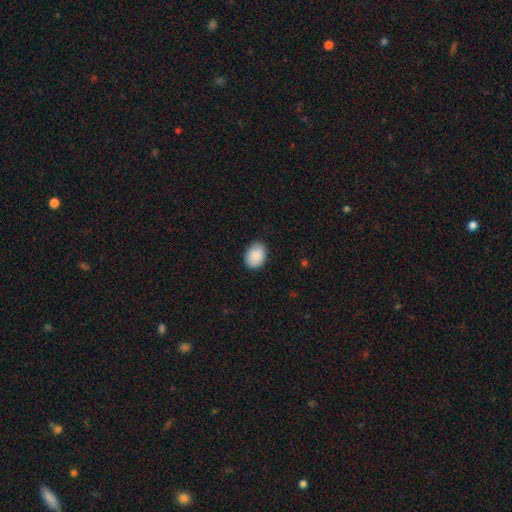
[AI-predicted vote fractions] smooth 89%, star or artifact 6%, featured or disk 4%. Down the decision tree: how rounded — in between (78%); merging — none (86%).